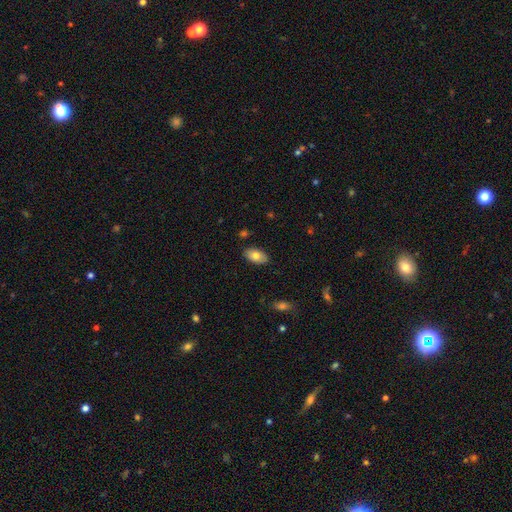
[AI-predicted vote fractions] A smooth galaxy with no disk features (75%) that is in between round and cigar-shaped (94%).

Vote fractions:
- Smooth or featured? smooth: 75% / featured or disk: 19% / star or artifact: 7%
- How rounded? in between: 94% / round: 4% / cigar-shaped: 2%
- Merging? none: 86% / minor disturbance: 10% / major disturbance: 2% / merger: 1%